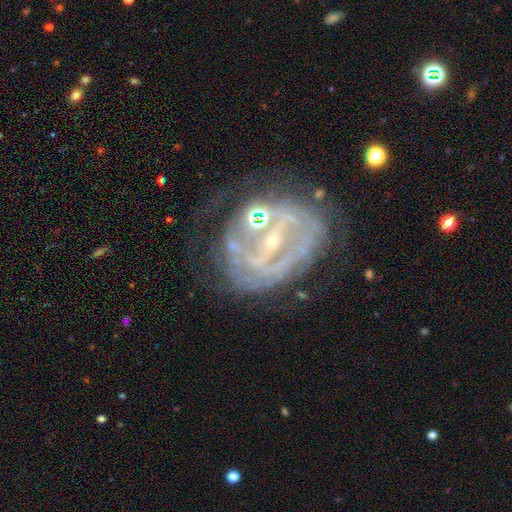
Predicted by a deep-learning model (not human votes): Smooth or featured?
  - featured or disk: 82% *
  - smooth: 9%
  - star or artifact: 9%
Edge-on disk?
  - no: 97% *
  - yes: 3%
Bar?
  - strong: 39% *
  - weak: 37%
  - no: 24%
Spiral arms?
  - yes: 70% *
  - no: 30%
Spiral winding?
  - tight: 50% *
  - medium: 33%
  - loose: 17%
Spiral arm count?
  - can't tell: 40% *
  - 2: 37%
  - 3: 8%
  - 1: 6%
  - 4: 5%
  - more than 4: 4%
Bulge size?
  - small: 72% *
  - moderate: 18%
  - none: 7%
  - large: 2%
  - dominant: 1%
Merging?
  - none: 50% *
  - minor disturbance: 22%
  - major disturbance: 20%
  - merger: 7%